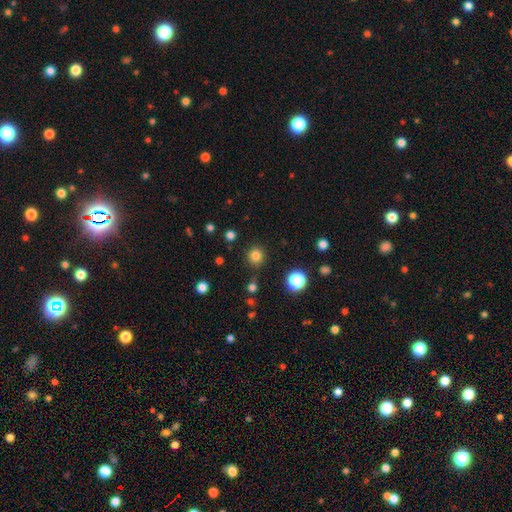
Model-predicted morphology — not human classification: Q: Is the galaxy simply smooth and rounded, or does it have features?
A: smooth — 80%.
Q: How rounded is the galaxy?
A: round — 94%.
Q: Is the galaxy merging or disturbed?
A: none — 87%.